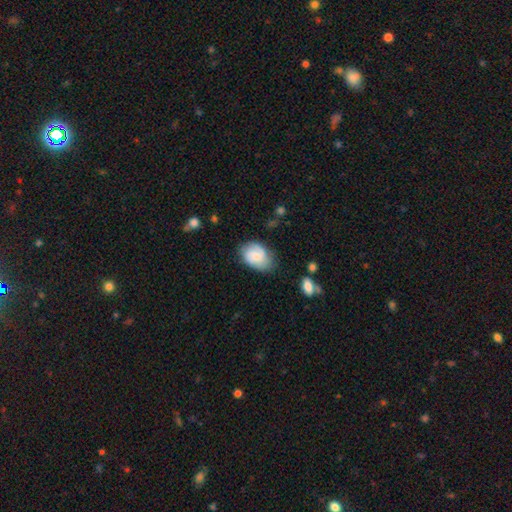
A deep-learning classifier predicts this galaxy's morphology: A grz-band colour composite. It shows a smooth galaxy with no disk features (52%) that is in between round and cigar-shaped (74%). Merging: none (64%).